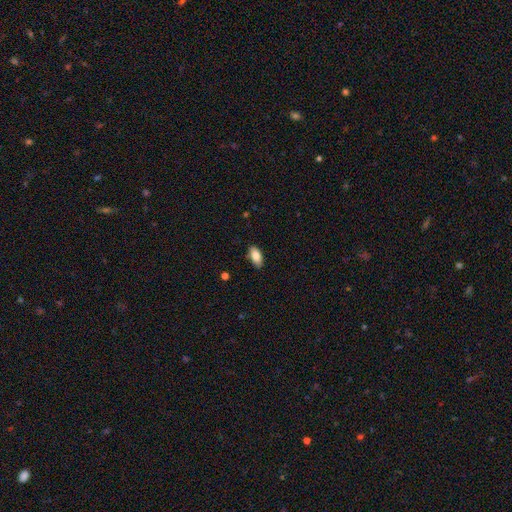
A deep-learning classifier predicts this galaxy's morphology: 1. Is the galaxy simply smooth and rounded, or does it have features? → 83% smooth, 10% featured or disk, 7% star or artifact.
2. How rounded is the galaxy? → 90% in between, 7% cigar-shaped, 3% round.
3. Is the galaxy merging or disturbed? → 85% none, 12% minor disturbance, 2% major disturbance, 1% merger.